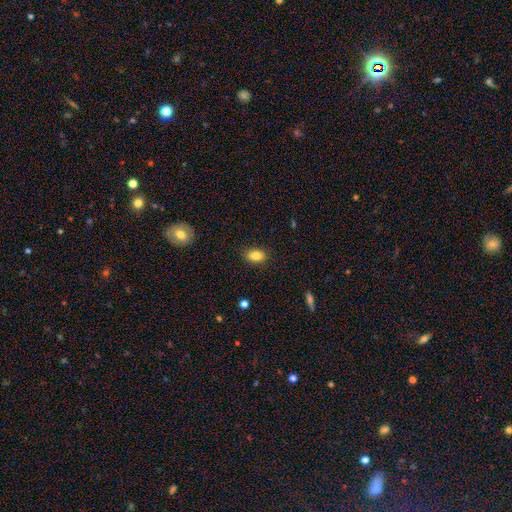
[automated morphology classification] This appears to be a smooth galaxy with no disk features (85%) that is in between round and cigar-shaped (85%). Merging: none (86%).